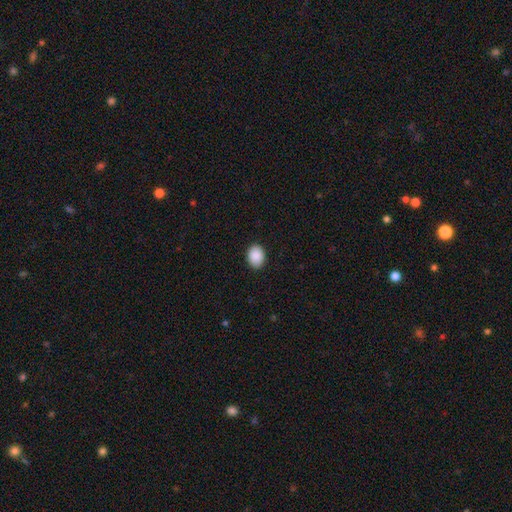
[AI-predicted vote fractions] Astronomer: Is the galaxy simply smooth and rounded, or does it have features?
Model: smooth — 91%.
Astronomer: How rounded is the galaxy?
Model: in between — 71%.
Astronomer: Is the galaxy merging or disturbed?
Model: none — 89%.